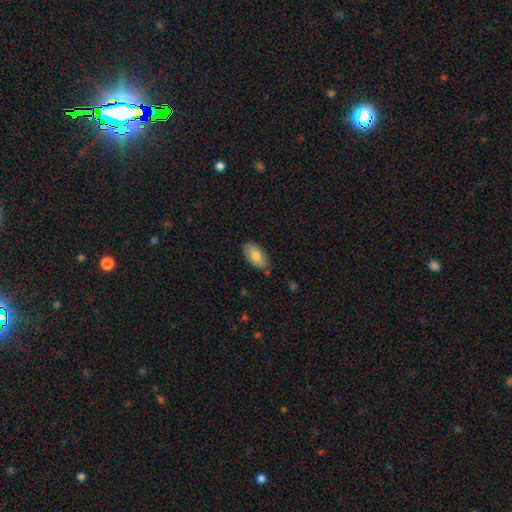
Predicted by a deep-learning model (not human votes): This is likely a smooth galaxy (77%). How rounded: clearly in between (93%). Merging: clearly none (81%).